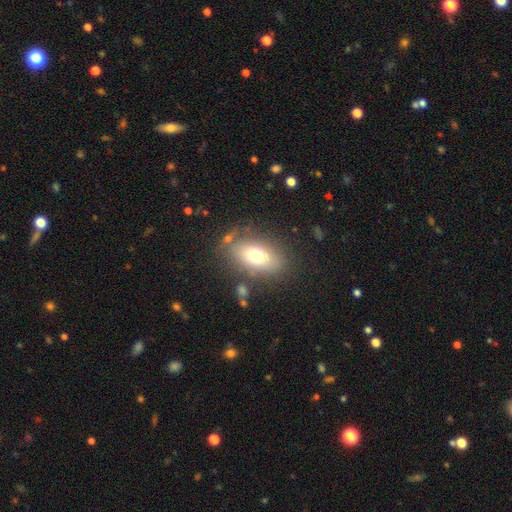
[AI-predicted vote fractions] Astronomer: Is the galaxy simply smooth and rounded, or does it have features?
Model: smooth — 71%.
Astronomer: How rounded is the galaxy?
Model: in between — 85%.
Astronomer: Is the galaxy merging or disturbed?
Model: none — 75%.